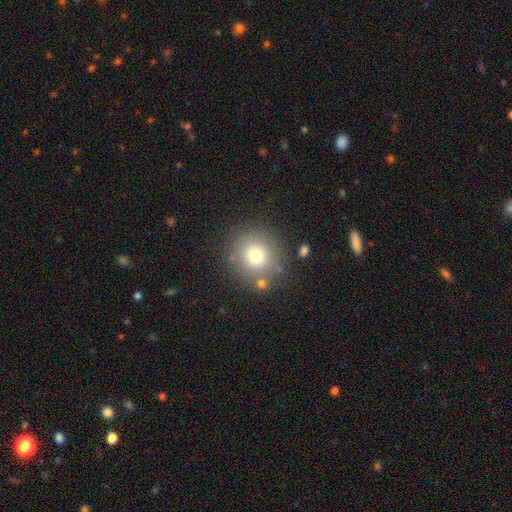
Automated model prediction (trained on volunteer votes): smooth_or_featured: smooth (p=0.74) [alt: star or artifact p=0.13]
how_rounded: round (p=0.91) [alt: in between p=0.08]
merging: none (p=0.81) [alt: minor disturbance p=0.09]